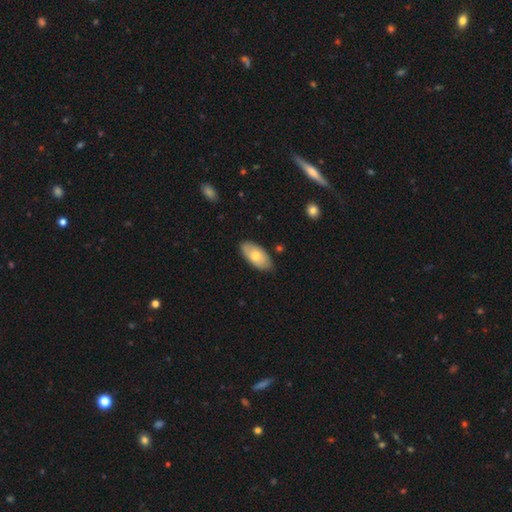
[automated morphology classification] smooth-or-featured: smooth: 69% | featured or disk: 25% | star or artifact: 6%
  how-rounded: in between: 94% | cigar-shaped: 4% | round: 2%
  merging: none: 84% | minor disturbance: 13% | major disturbance: 2% | merger: 1%